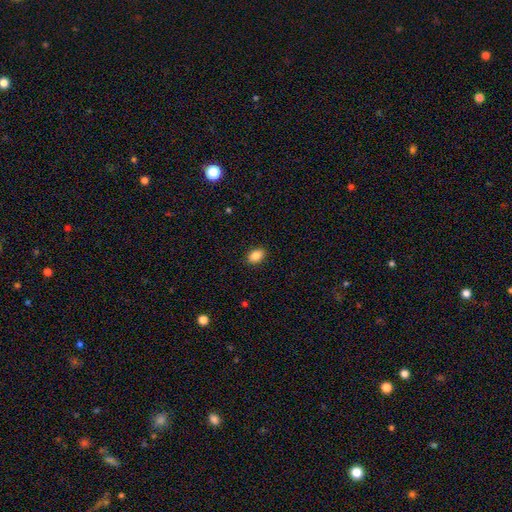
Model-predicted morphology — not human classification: This appears to be a smooth galaxy with no disk features (86%) that is in between round and cigar-shaped (81%). Merging: none (90%).